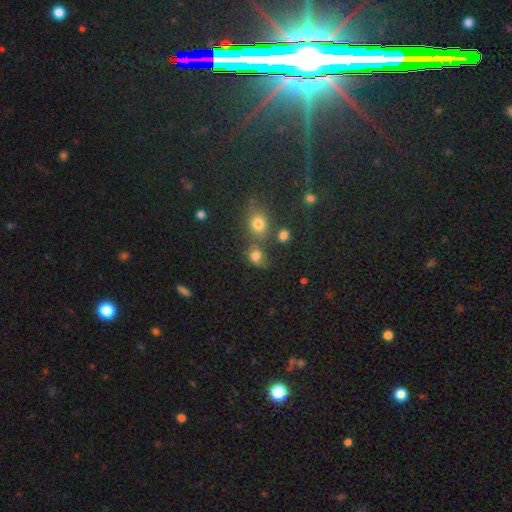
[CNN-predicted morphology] smooth 73%, star or artifact 17%, featured or disk 10%. Down the decision tree: how rounded — round (57%); merging — none (52%).